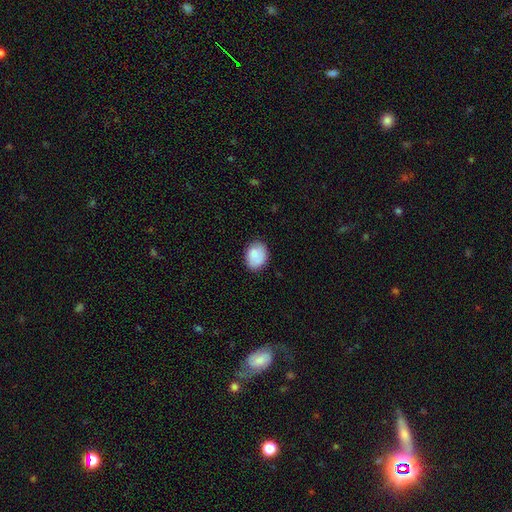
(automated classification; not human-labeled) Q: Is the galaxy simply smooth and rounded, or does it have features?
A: smooth — 82%.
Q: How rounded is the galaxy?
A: in between — 57%.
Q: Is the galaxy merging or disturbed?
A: none — 78%.